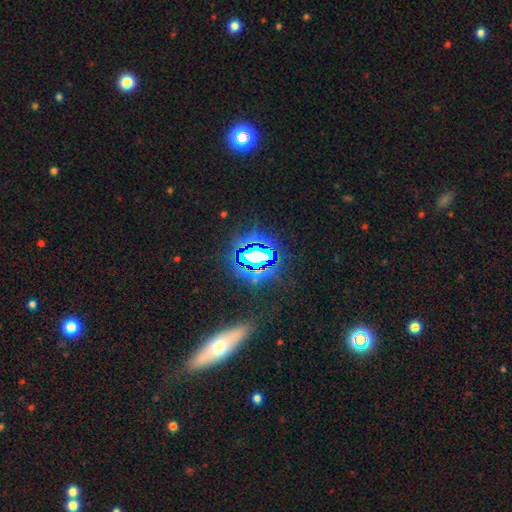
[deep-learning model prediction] Smooth or featured? Predicted: star or artifact (p=0.69).